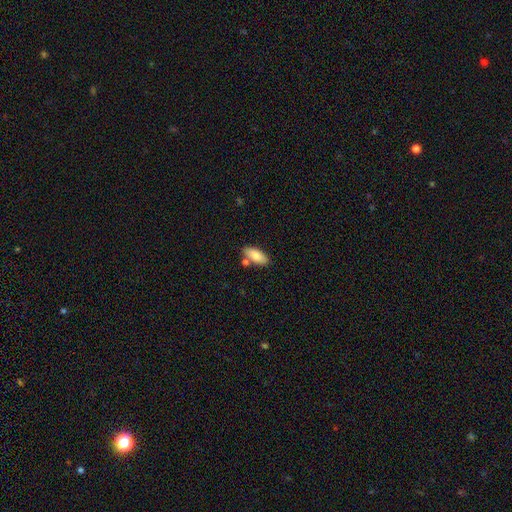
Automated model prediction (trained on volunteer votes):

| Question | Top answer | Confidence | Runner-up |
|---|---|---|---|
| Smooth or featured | smooth | 82% | featured or disk (12%) |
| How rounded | in between | 87% | cigar-shaped (10%) |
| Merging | none | 75% | minor disturbance (12%) |